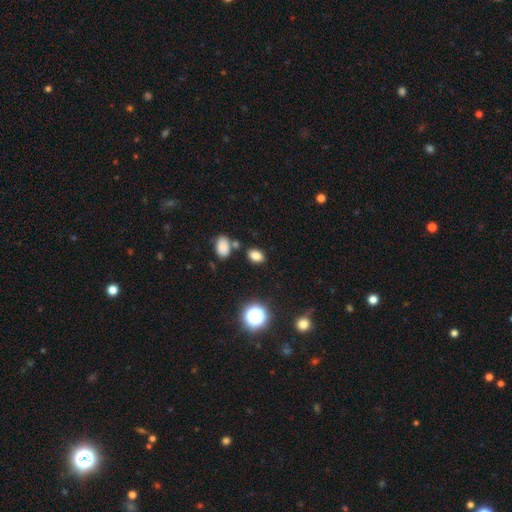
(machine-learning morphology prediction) Smooth or featured? Predicted: smooth (p=0.80). How rounded? Predicted: in between (p=0.81). Merging? Predicted: none (p=0.78).